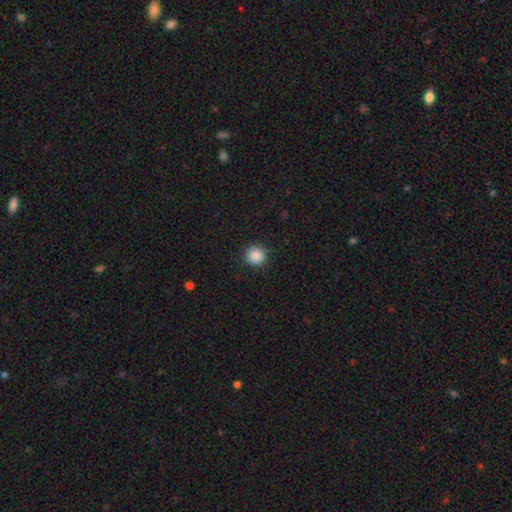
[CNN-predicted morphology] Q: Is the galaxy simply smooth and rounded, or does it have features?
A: smooth — 88%.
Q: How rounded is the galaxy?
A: round — 93%.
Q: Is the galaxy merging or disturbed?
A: none — 90%.